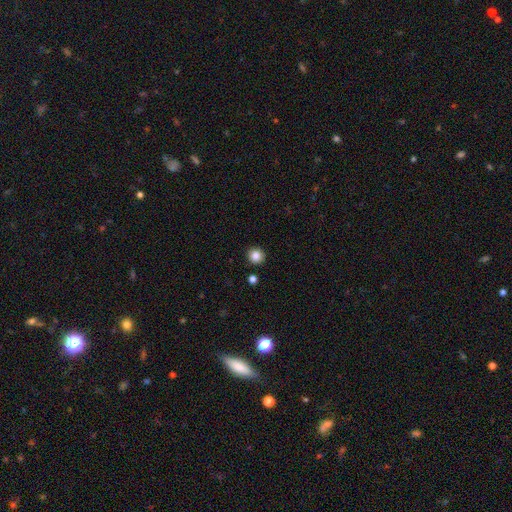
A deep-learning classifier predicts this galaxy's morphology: The model was most divided on "smooth or featured": smooth: 84%, star or artifact: 10%, featured or disk: 5%. More confident: how rounded — round (92%); merging — none (91%).